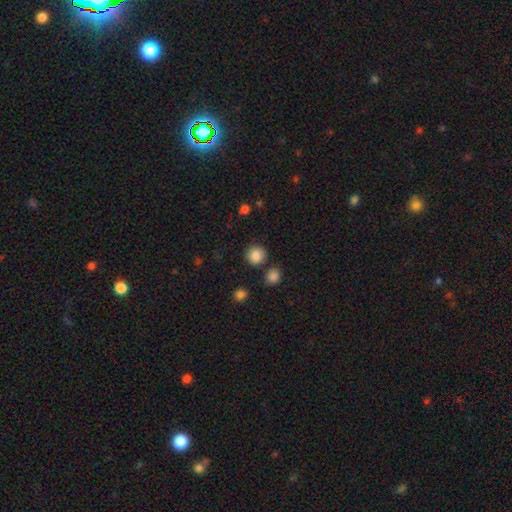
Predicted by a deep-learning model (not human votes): A smooth galaxy with no disk features (86%) that is round (90%).

Vote fractions:
- Smooth or featured? smooth: 86% / star or artifact: 10% / featured or disk: 5%
- How rounded? round: 90% / in between: 9% / cigar-shaped: 1%
- Merging? none: 81% / minor disturbance: 10% / merger: 6% / major disturbance: 3%